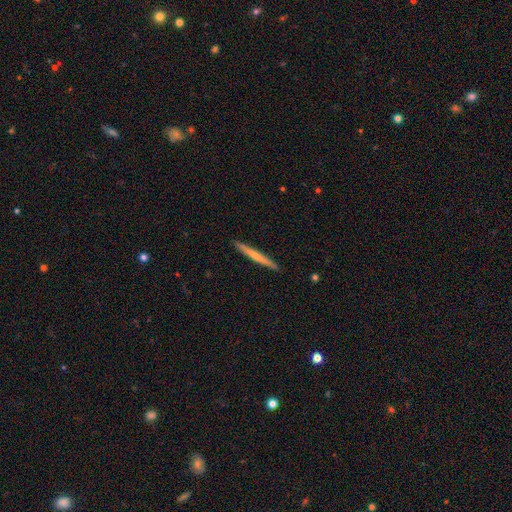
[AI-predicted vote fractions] The model was most divided on "smooth or featured": featured or disk: 48%, smooth: 47%, star or artifact: 5%. More confident: merging — none (92%).